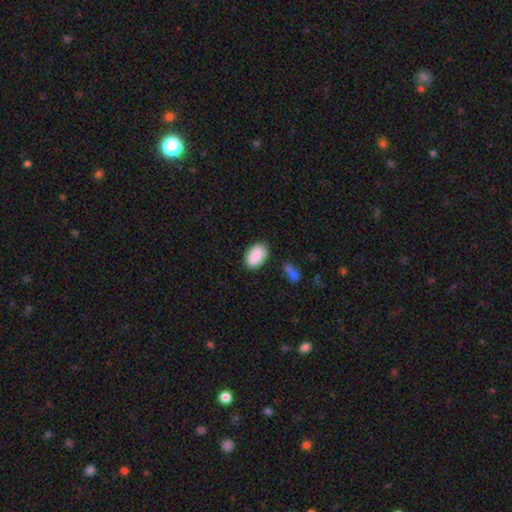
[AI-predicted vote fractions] smooth-or-featured: smooth: 88% | star or artifact: 7% | featured or disk: 5%
  how-rounded: in between: 90% | round: 8% | cigar-shaped: 1%
  merging: none: 80% | minor disturbance: 15% | major disturbance: 3% | merger: 3%